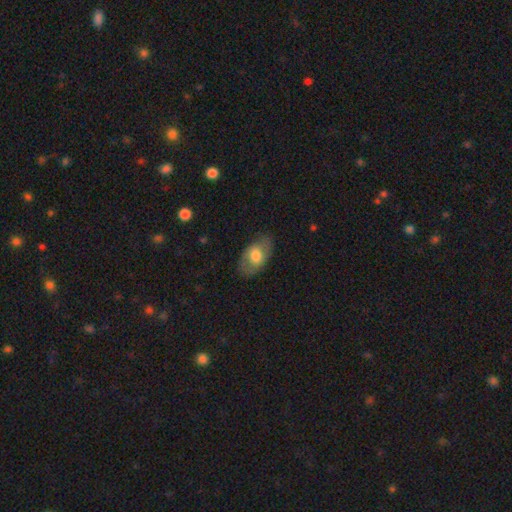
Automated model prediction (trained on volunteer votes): Smooth or featured? smooth (63%)
How rounded? in between (90%)
Merging? none (76%)